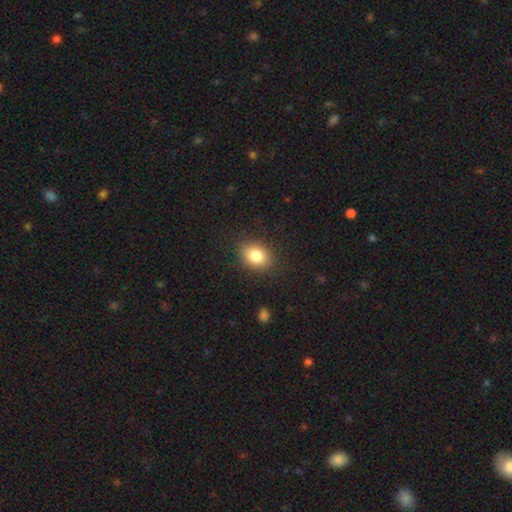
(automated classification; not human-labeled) Smooth or featured?
  - smooth: 83% *
  - star or artifact: 9%
  - featured or disk: 8%
How rounded?
  - in between: 69% *
  - round: 30%
  - cigar-shaped: 1%
Merging?
  - none: 86% *
  - minor disturbance: 10%
  - major disturbance: 3%
  - merger: 1%